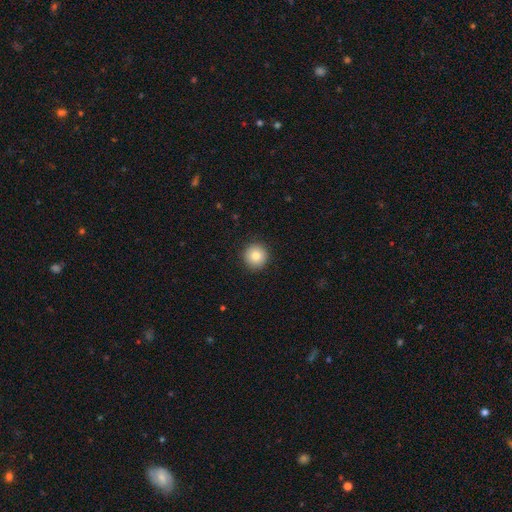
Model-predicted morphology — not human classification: Q: Smooth or featured?
A: smooth (83%); runner-up: star or artifact (9%)
Q: How rounded?
A: round (95%); runner-up: in between (4%)
Q: Merging?
A: none (92%); runner-up: minor disturbance (5%)